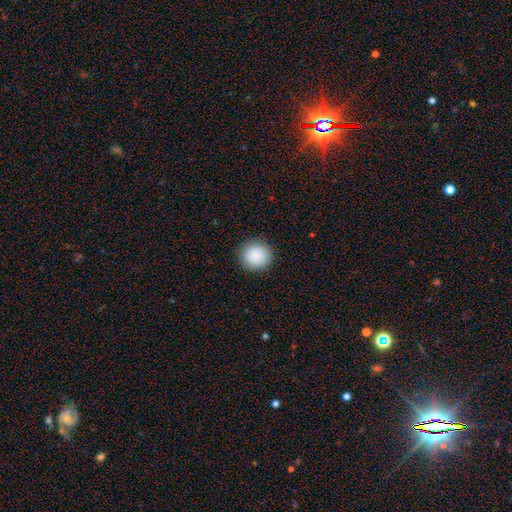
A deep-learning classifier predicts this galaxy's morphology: Smooth or featured?
  - smooth: 88% *
  - star or artifact: 8%
  - featured or disk: 4%
How rounded?
  - round: 91% *
  - in between: 8%
  - cigar-shaped: 1%
Merging?
  - none: 90% *
  - minor disturbance: 7%
  - major disturbance: 2%
  - merger: 1%